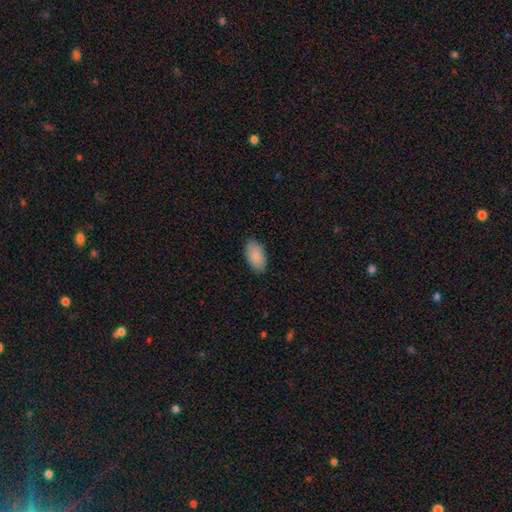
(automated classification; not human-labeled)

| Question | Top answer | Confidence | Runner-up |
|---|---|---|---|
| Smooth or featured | smooth | 88% | star or artifact (6%) |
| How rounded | in between | 95% | round (3%) |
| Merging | none | 86% | minor disturbance (11%) |